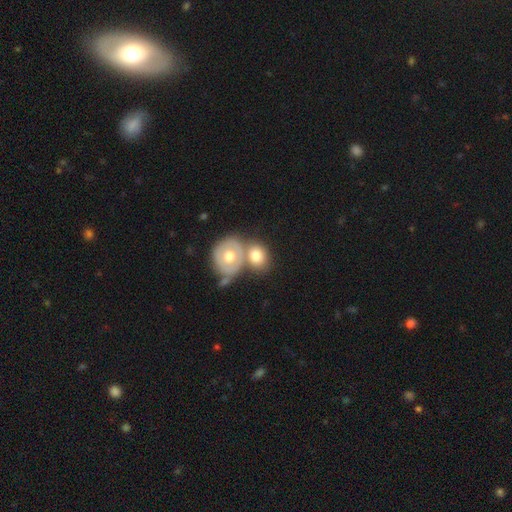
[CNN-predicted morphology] smooth 64%, featured or disk 29%, star or artifact 7%. Down the decision tree: how rounded — round (56%); merging — merger (47%).